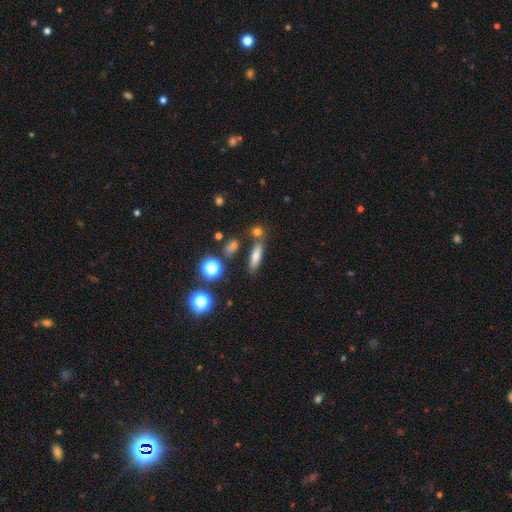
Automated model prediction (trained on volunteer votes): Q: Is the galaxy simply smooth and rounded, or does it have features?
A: smooth — 70%.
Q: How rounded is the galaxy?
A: cigar-shaped — 57%.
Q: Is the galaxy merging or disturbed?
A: none — 74%.